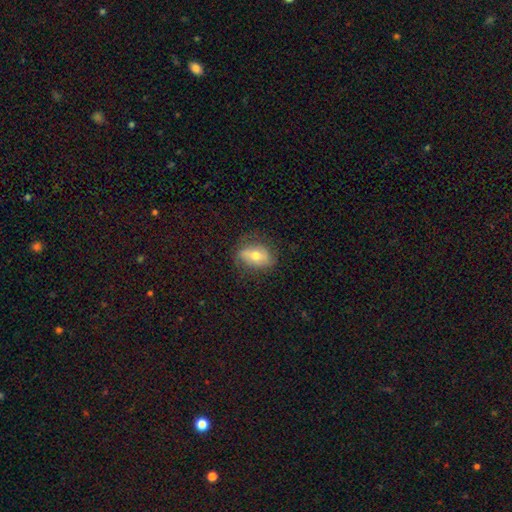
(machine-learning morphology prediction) smooth 55%, featured or disk 37%, star or artifact 9%. Down the decision tree: how rounded — in between (80%); merging — none (70%).